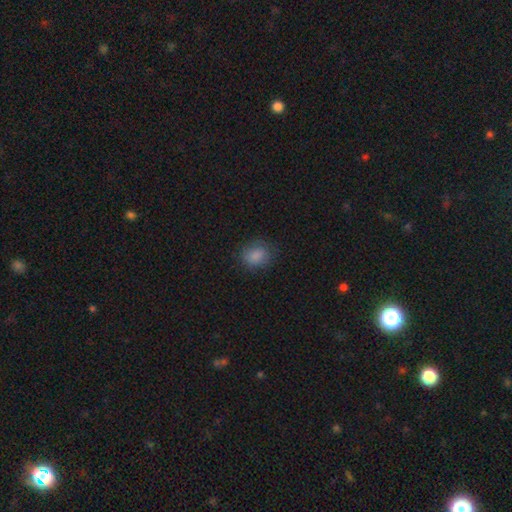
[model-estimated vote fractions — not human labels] smooth 85%, star or artifact 9%, featured or disk 6%. Down the decision tree: how rounded — round (63%); merging — none (78%).